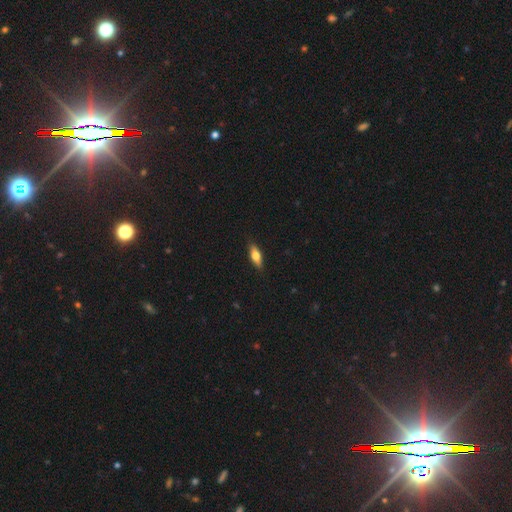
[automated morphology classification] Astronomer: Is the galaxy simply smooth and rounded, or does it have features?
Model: smooth — 61%.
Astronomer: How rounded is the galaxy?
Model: in between — 62%.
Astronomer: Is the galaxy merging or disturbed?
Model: none — 87%.